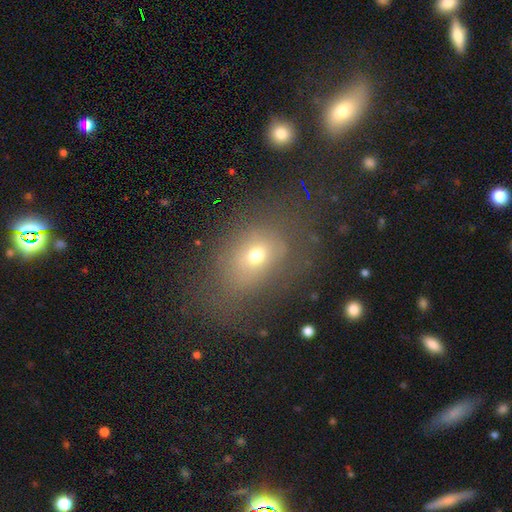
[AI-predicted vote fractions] Overall: smooth (61%). How rounded: in between (62%; round 36%). Merging: none (61%).